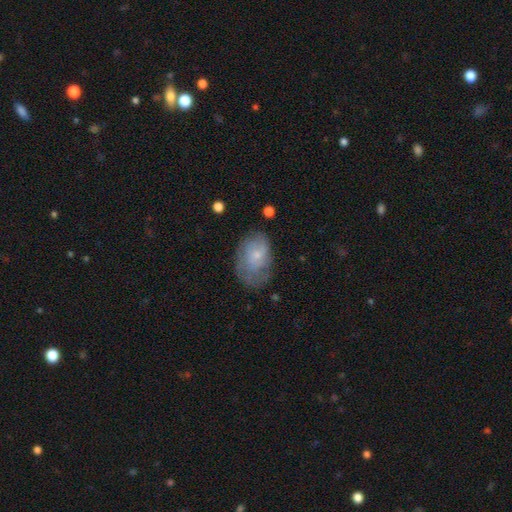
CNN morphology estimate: Smooth or featured? smooth (54%)
How rounded? in between (84%)
Merging? none (51%)